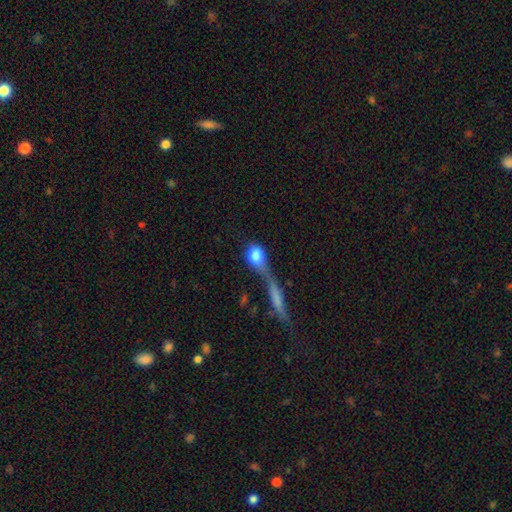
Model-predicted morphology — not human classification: A smooth galaxy with no disk features (75%) that is in between round and cigar-shaped (49%). Merging: merger (47%).